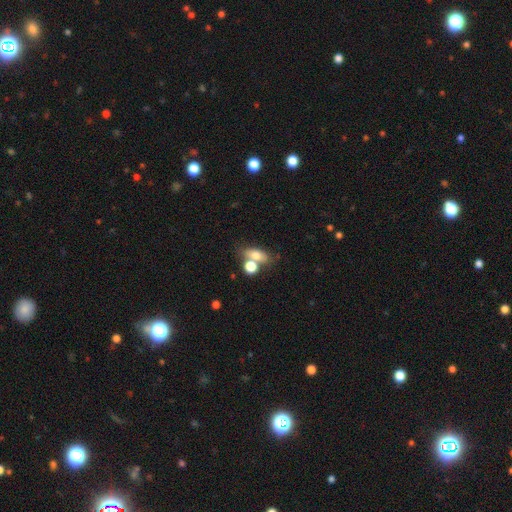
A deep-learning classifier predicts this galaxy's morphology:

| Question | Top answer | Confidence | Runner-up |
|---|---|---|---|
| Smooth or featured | smooth | 70% | featured or disk (19%) |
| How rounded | in between | 68% | round (21%) |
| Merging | none | 49% | merger (32%) |